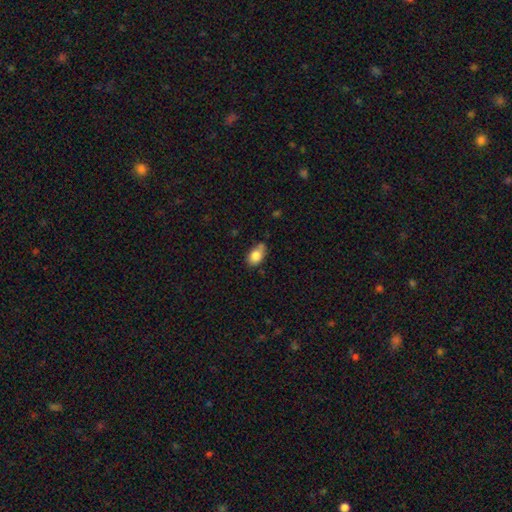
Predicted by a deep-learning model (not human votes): This appears to be a smooth galaxy with no disk features (83%) that is in between round and cigar-shaped (84%). Merging: none (55%).